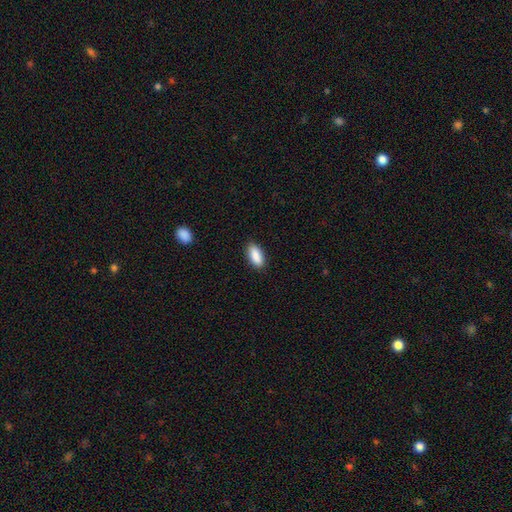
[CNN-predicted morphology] Overall: smooth (89%). How rounded: in between (86%). Merging: none (88%).